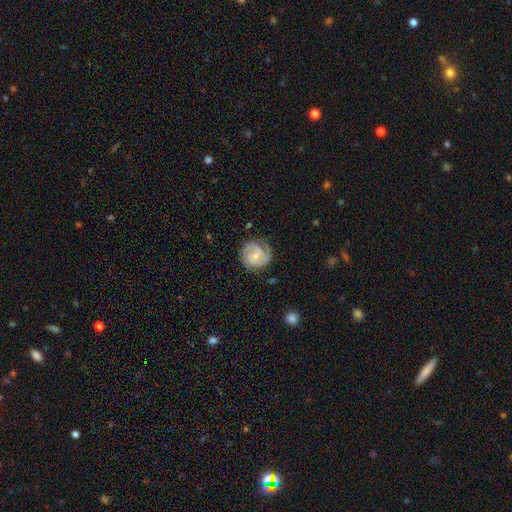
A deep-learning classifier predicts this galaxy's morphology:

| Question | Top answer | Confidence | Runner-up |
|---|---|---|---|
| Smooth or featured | featured or disk | 74% | smooth (20%) |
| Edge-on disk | no | 98% | yes (2%) |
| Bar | no | 60% | weak (34%) |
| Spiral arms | yes | 94% | no (6%) |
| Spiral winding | tight | 54% | medium (36%) |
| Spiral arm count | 2 | 51% | 3 (18%) |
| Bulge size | small | 59% | moderate (35%) |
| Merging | none | 70% | minor disturbance (21%) |